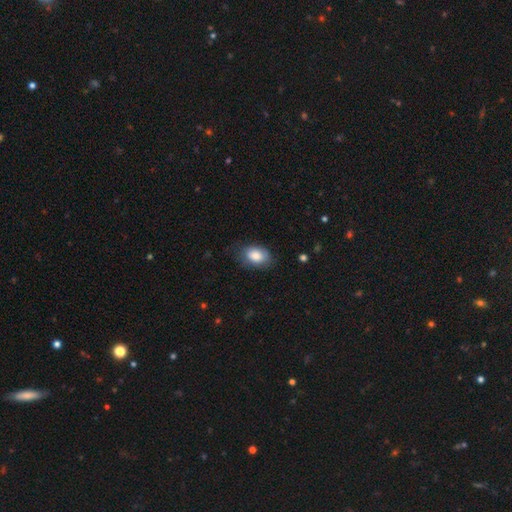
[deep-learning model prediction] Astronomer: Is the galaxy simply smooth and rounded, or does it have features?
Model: smooth — 82%.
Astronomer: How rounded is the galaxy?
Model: in between — 86%.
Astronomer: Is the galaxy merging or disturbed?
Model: none — 71%.